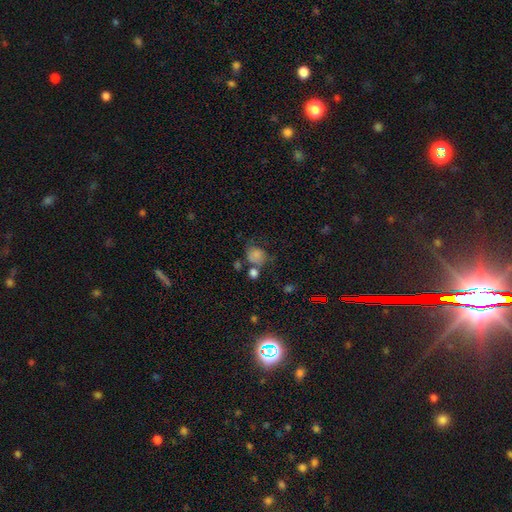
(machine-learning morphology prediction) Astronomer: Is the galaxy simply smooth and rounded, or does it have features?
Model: smooth — 75%.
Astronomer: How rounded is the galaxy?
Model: round — 66%.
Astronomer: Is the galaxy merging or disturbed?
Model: none — 43% (runner-up: minor disturbance, 22%).